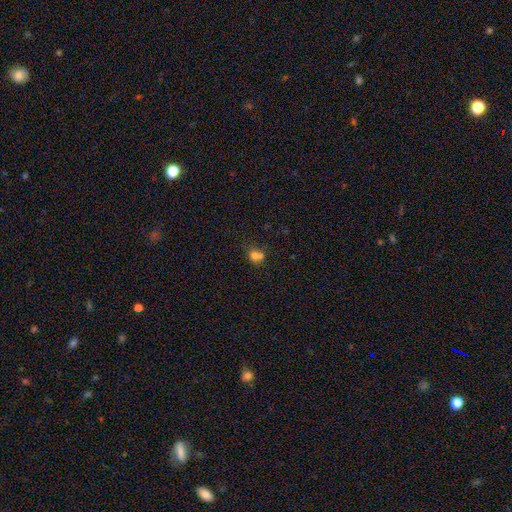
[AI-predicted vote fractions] This appears to be a smooth galaxy with no disk features (72%) that is round (70%). Merging: merger (52%).